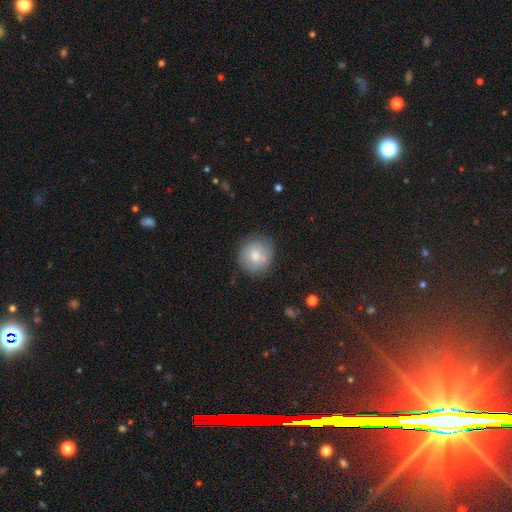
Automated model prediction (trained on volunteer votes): smooth_or_featured: smooth (p=0.72) [alt: featured or disk p=0.21]
how_rounded: round (p=0.86) [alt: in between p=0.13]
merging: none (p=0.76) [alt: minor disturbance p=0.17]